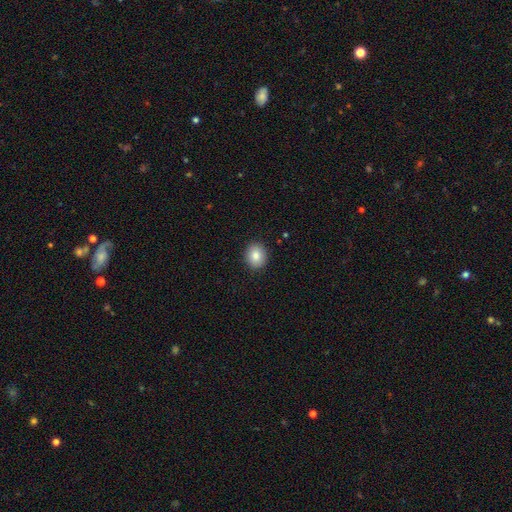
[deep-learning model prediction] A smooth galaxy with no disk features (84%) that is round (64%). Merging: none (90%).